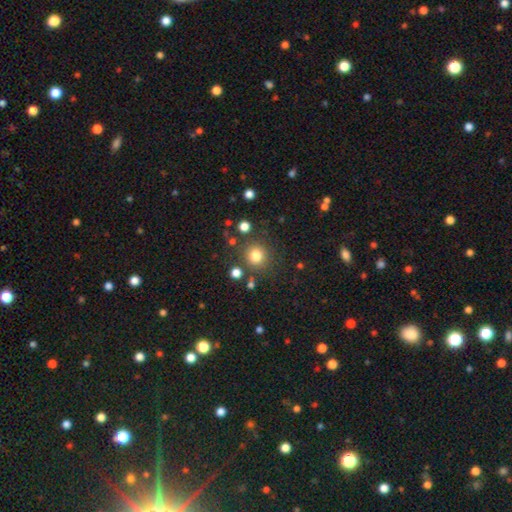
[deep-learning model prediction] smooth-or-featured: smooth: 80% | star or artifact: 14% | featured or disk: 6%
  how-rounded: round: 91% | in between: 8% | cigar-shaped: 1%
  merging: none: 83% | minor disturbance: 9% | merger: 5% | major disturbance: 4%